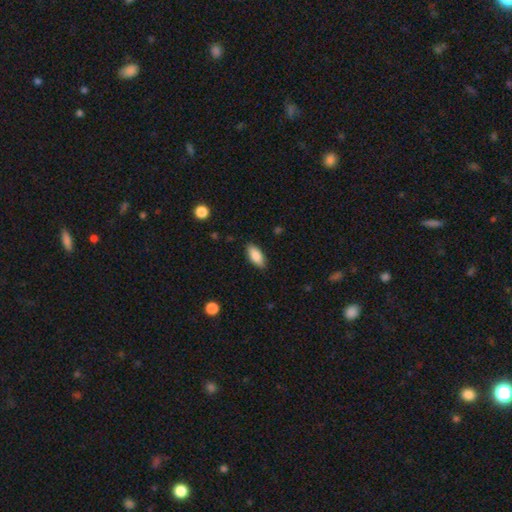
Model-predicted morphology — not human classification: smooth_or_featured: smooth (p=0.87) [alt: featured or disk p=0.07]
how_rounded: in between (p=0.87) [alt: cigar-shaped p=0.11]
merging: none (p=0.88) [alt: minor disturbance p=0.09]